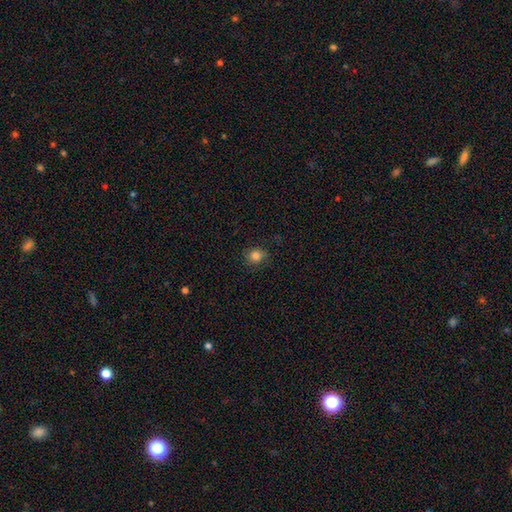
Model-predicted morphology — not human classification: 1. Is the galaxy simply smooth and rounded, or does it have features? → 84% smooth, 12% star or artifact, 5% featured or disk.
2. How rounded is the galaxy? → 80% round, 19% in between, 1% cigar-shaped.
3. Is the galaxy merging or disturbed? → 82% none, 14% minor disturbance, 3% major disturbance, 1% merger.